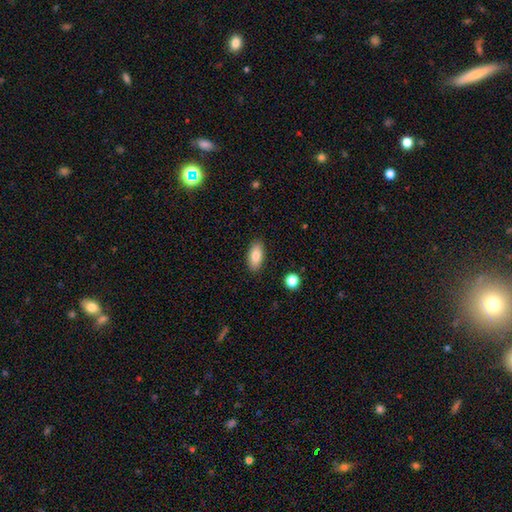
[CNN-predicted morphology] smooth 85%, featured or disk 8%, star or artifact 7%. Down the decision tree: how rounded — in between (89%); merging — none (88%).